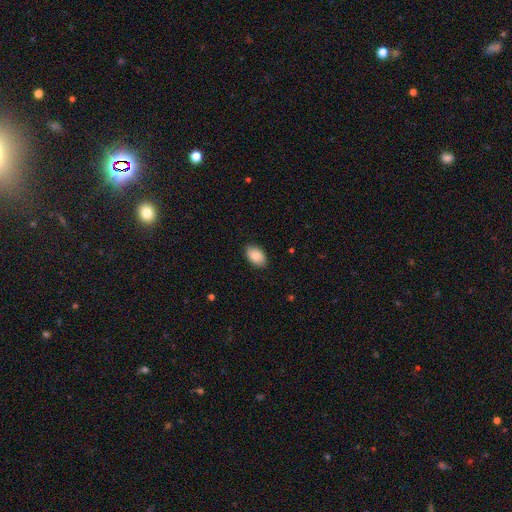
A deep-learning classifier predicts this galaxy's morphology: Smooth or featured?
  - smooth: 83% *
  - featured or disk: 10%
  - star or artifact: 7%
How rounded?
  - in between: 90% *
  - round: 9%
  - cigar-shaped: 1%
Merging?
  - none: 88% *
  - minor disturbance: 9%
  - major disturbance: 2%
  - merger: 1%